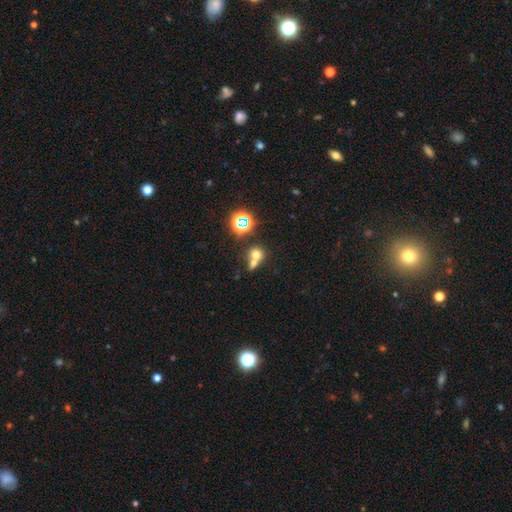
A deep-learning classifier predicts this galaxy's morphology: smooth_or_featured: smooth (p=0.64) [alt: star or artifact p=0.21]
how_rounded: round (p=0.72) [alt: in between p=0.26]
merging: merger (p=0.57) [alt: none p=0.33]